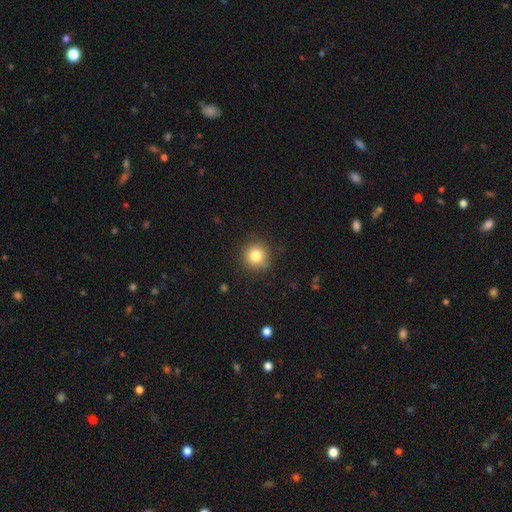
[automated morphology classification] A smooth galaxy with no disk features (82%) that is round (93%). Merging: none (88%).